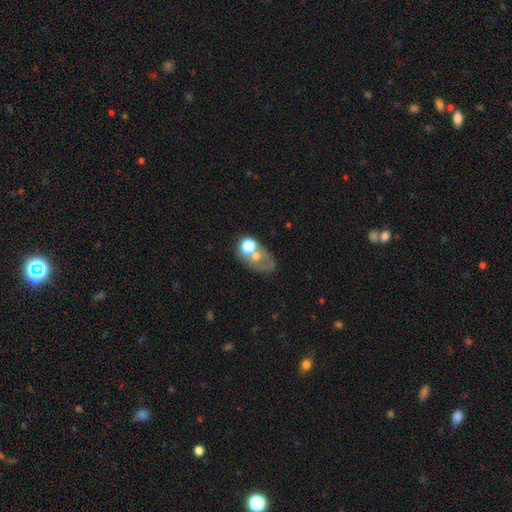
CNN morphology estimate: A smooth galaxy with no disk features (45%).

Vote fractions:
- Smooth or featured? smooth: 45% / featured or disk: 36% / star or artifact: 19%
- Merging? none: 41% / merger: 29% / minor disturbance: 16% / major disturbance: 14%